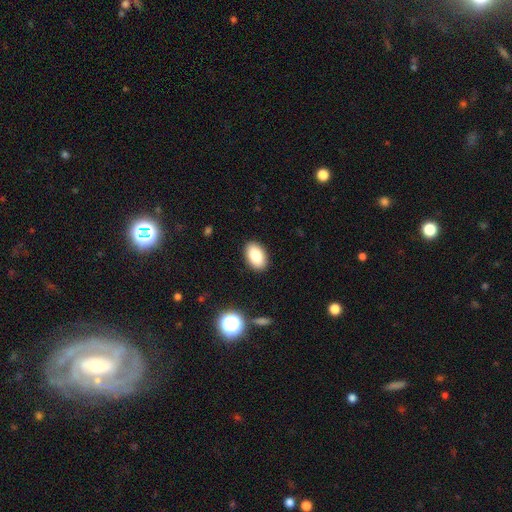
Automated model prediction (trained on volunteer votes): This appears to be a smooth galaxy with no disk features (84%) that is in between round and cigar-shaped (91%). Merging: none (89%).